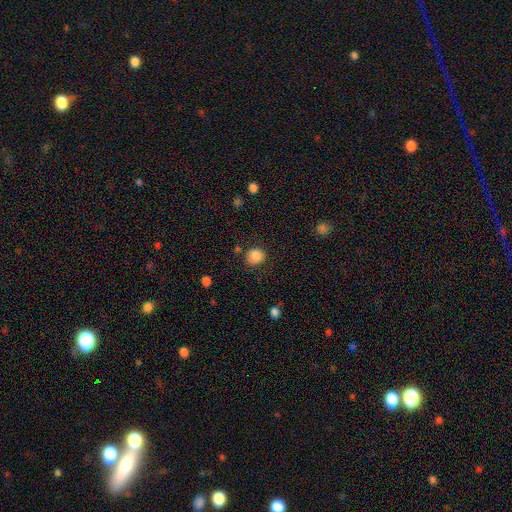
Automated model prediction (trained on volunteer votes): Q: Smooth or featured?
A: smooth (86%); runner-up: star or artifact (10%)
Q: How rounded?
A: round (81%); runner-up: in between (18%)
Q: Merging?
A: none (81%); runner-up: minor disturbance (12%)